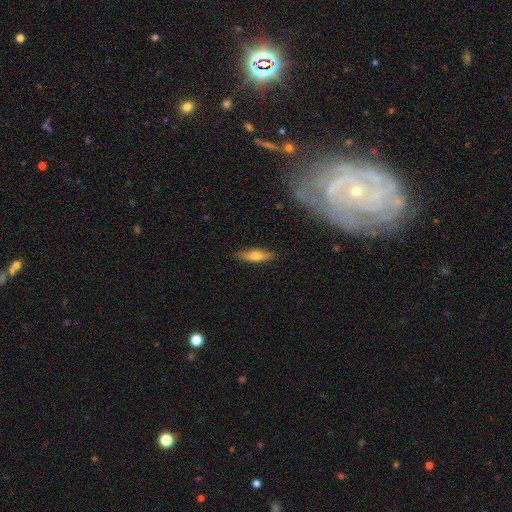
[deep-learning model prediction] smooth_or_featured: smooth (p=0.57) [alt: featured or disk p=0.36]
how_rounded: cigar-shaped (p=0.68) [alt: in between p=0.30]
merging: none (p=0.87) [alt: minor disturbance p=0.10]